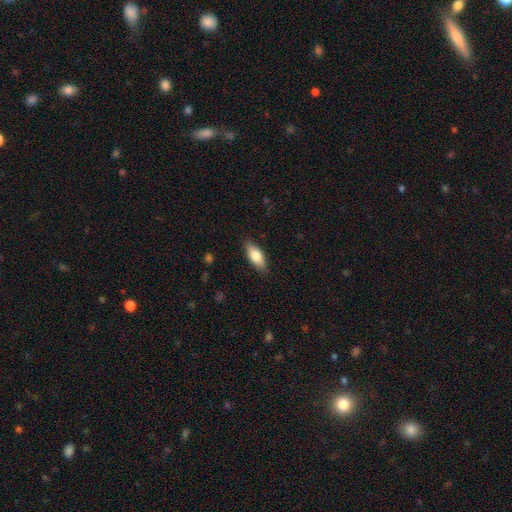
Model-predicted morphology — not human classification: smooth-or-featured: smooth: 77% | featured or disk: 17% | star or artifact: 6%
  how-rounded: in between: 81% | cigar-shaped: 17% | round: 3%
  merging: none: 86% | minor disturbance: 11% | major disturbance: 2% | merger: 1%